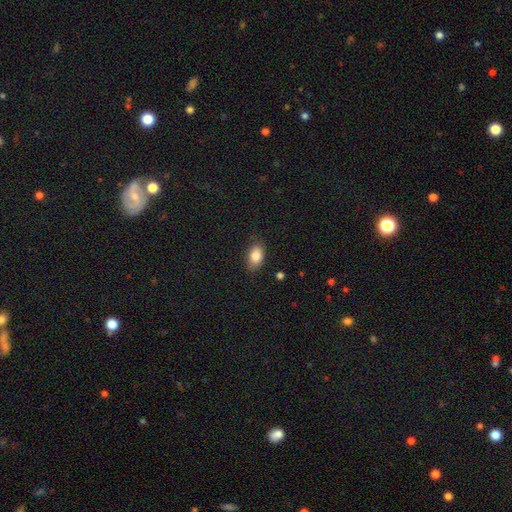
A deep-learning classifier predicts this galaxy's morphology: smooth 84%, featured or disk 8%, star or artifact 8%. Down the decision tree: how rounded — in between (87%); merging — none (80%).